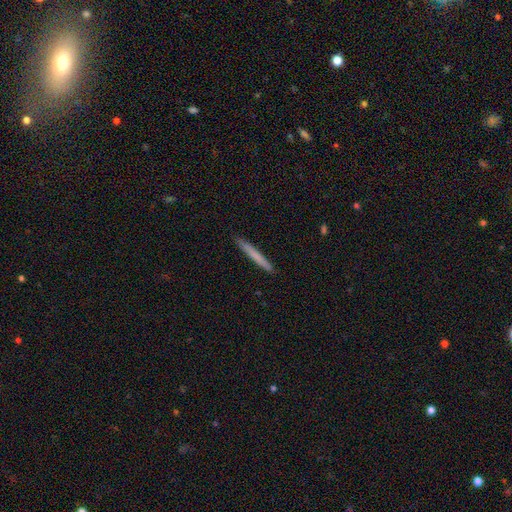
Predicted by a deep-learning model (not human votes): smooth 69%, featured or disk 25%, star or artifact 6%. Down the decision tree: how rounded — cigar-shaped (97%); merging — none (91%).